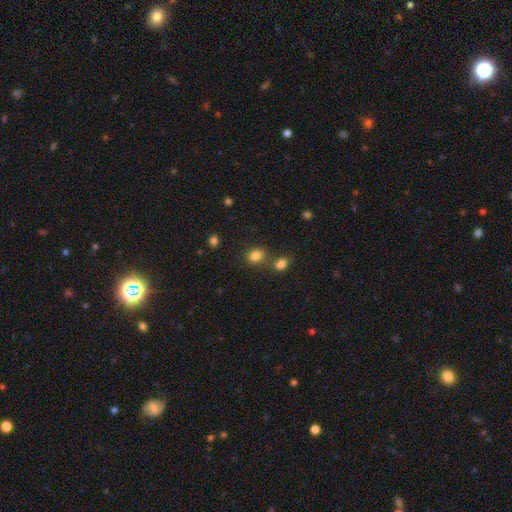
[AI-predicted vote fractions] This appears to be a smooth galaxy with no disk features (83%) that is round (52%). Merging: none (63%).